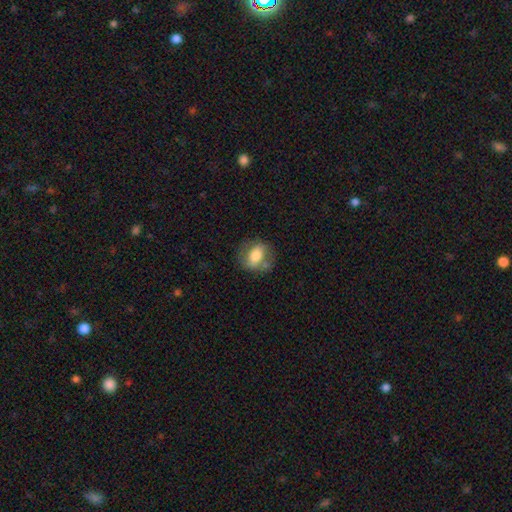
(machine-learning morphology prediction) Smooth or featured?
  - smooth: 62% *
  - featured or disk: 31%
  - star or artifact: 8%
How rounded?
  - in between: 62% *
  - round: 36%
  - cigar-shaped: 3%
Merging?
  - none: 64% *
  - minor disturbance: 20%
  - merger: 8%
  - major disturbance: 8%